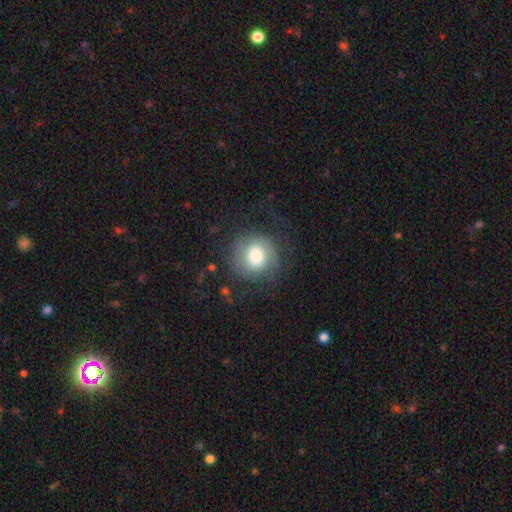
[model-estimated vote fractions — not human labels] Smooth or featured: featured or disk — 48% (smooth — 43%)
Merging: none — 64% (major disturbance — 17%)